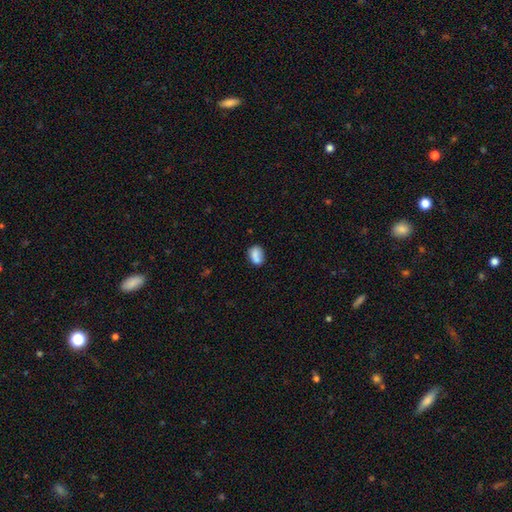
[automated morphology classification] This appears to be a smooth galaxy with no disk features (80%) that is in between round and cigar-shaped (75%). Merging: none (54%).